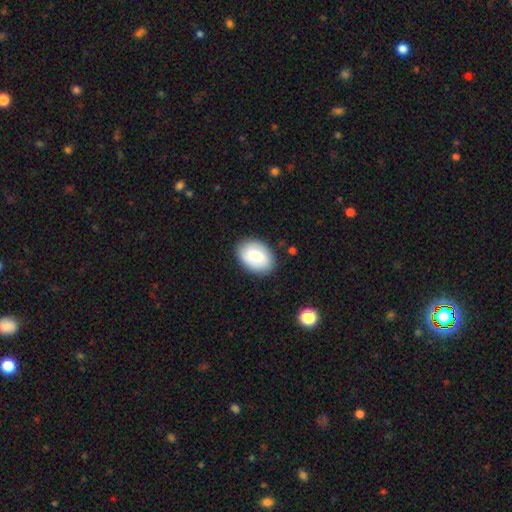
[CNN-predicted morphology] Q: Smooth or featured?
A: smooth (70%); runner-up: featured or disk (24%)
Q: How rounded?
A: in between (83%); runner-up: round (16%)
Q: Merging?
A: none (86%); runner-up: minor disturbance (11%)